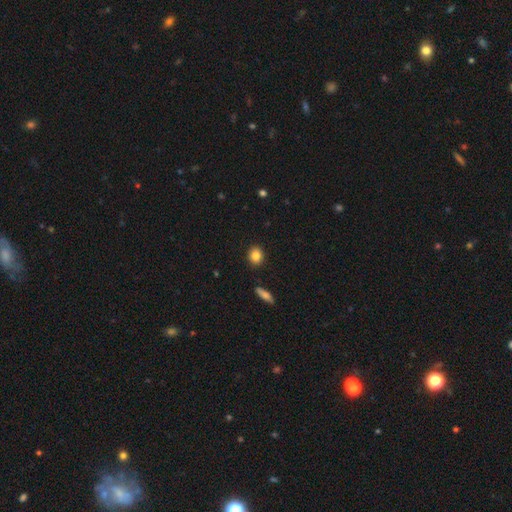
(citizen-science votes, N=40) Q: Smooth or featured?
A: smooth (85%); runner-up: featured or disk (8%)
Q: How rounded?
A: round (71%); runner-up: in between (26%)
Q: Merging?
A: none (84%); runner-up: minor disturbance (11%)